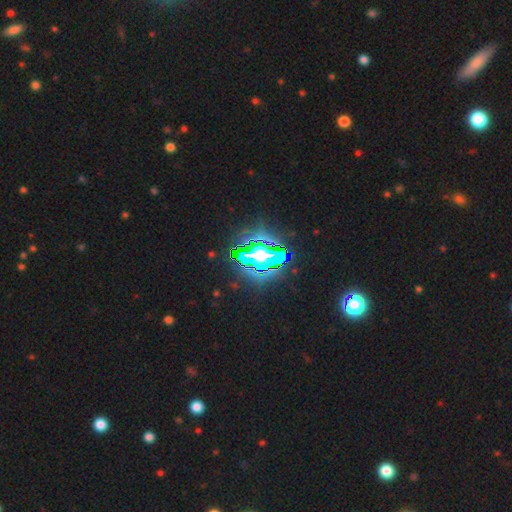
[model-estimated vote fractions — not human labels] smooth_or_featured: star or artifact (p=0.70) [alt: smooth p=0.16]